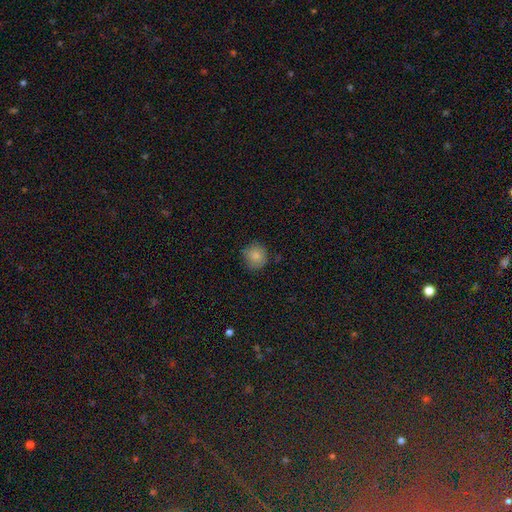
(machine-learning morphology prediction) A smooth galaxy with no disk features (82%) that is round (89%).

Vote fractions:
- Smooth or featured? smooth: 82% / star or artifact: 10% / featured or disk: 8%
- How rounded? round: 89% / in between: 10% / cigar-shaped: 1%
- Merging? none: 81% / minor disturbance: 15% / major disturbance: 3% / merger: 1%